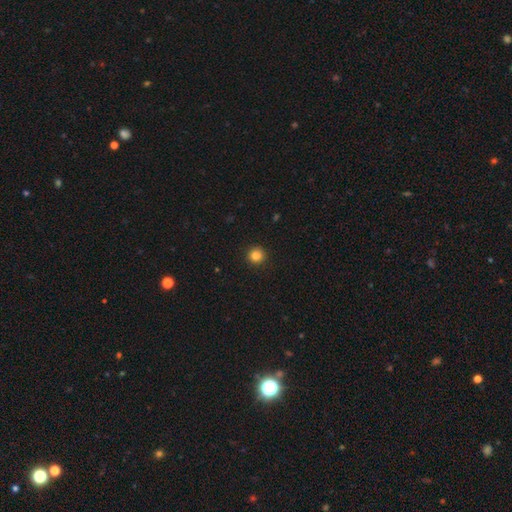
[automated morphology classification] A smooth galaxy with no disk features (85%) that is round (94%).

Vote fractions:
- Smooth or featured? smooth: 85% / star or artifact: 11% / featured or disk: 4%
- How rounded? round: 94% / in between: 5% / cigar-shaped: 1%
- Merging? none: 92% / minor disturbance: 5% / major disturbance: 2% / merger: 1%